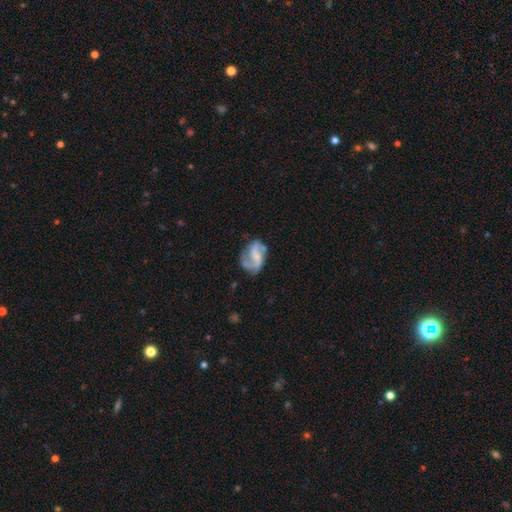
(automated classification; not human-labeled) A featured or disk galaxy (79%) with a weak bar (43%), 2 (79%) medium (44%) spiral arms (91%) and a small central bulge (37%).

Vote fractions:
- Smooth or featured? featured or disk: 79% / smooth: 14% / star or artifact: 6%
- Edge-on disk? no: 98% / yes: 2%
- Bar? weak: 43% / no: 42% / strong: 14%
- Spiral arms? yes: 91% / no: 9%
- Spiral winding? medium: 44% / loose: 43% / tight: 13%
- Spiral arm count? 2: 79% / can't tell: 7% / 3: 6% / 1: 5% / 4: 2% / more than 4: 2%
- Bulge size? small: 37% / none: 33% / moderate: 24% / large: 4% / dominant: 1%
- Merging? none: 56% / minor disturbance: 22% / major disturbance: 17% / merger: 4%